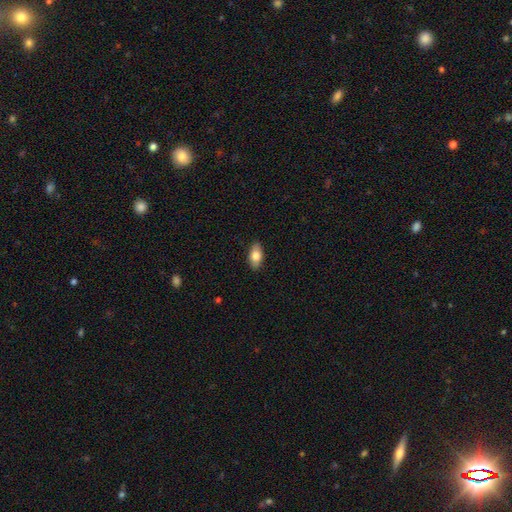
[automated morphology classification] Smooth or featured?
  - smooth: 79% *
  - featured or disk: 15%
  - star or artifact: 6%
How rounded?
  - in between: 91% *
  - cigar-shaped: 5%
  - round: 4%
Merging?
  - none: 87% *
  - minor disturbance: 10%
  - major disturbance: 2%
  - merger: 1%